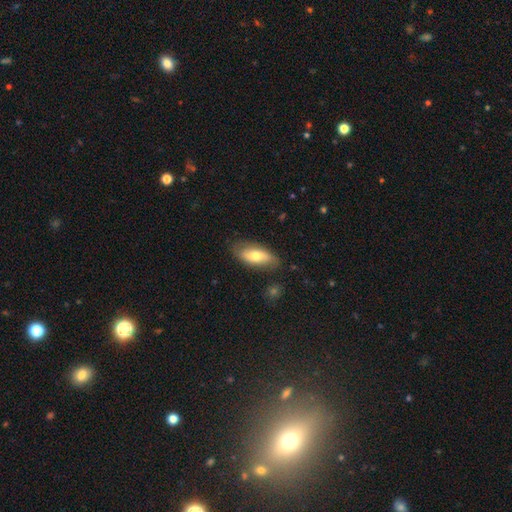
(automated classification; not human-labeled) The model was most divided on "smooth or featured": smooth: 65%, featured or disk: 29%, star or artifact: 6%. More confident: how rounded — in between (85%); merging — none (76%).